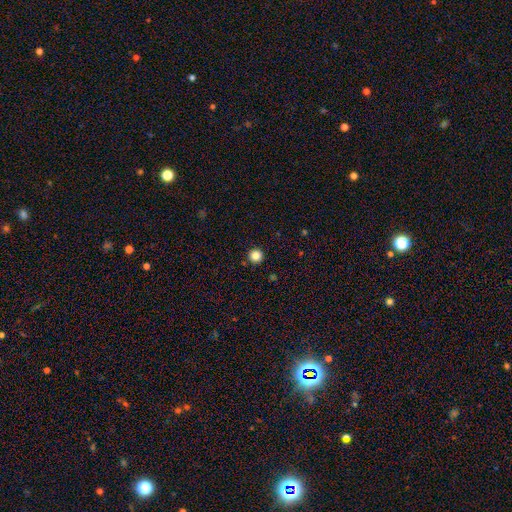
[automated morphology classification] type=smooth (84%); roundness=round (96%); merging=none (93%).